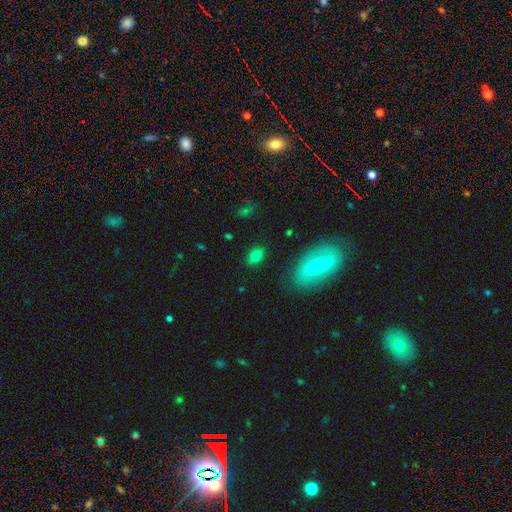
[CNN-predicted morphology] Smooth or featured: smooth — 73% (featured or disk — 15%)
How rounded: in between — 78% (round — 19%)
Merging: none — 84% (minor disturbance — 10%)